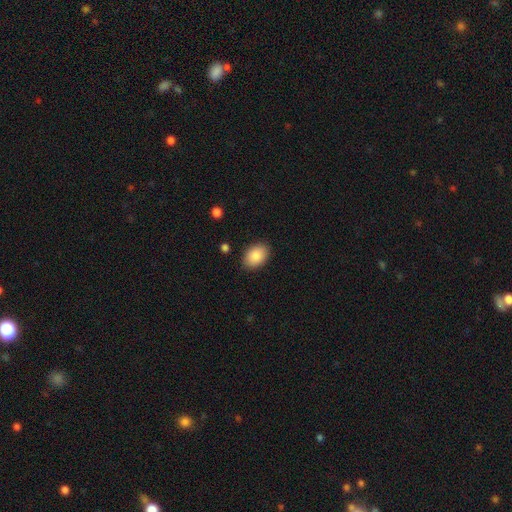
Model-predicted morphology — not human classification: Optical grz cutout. It shows a smooth galaxy with no disk features (87%) that is in between round and cigar-shaped (85%). Merging: none (88%).